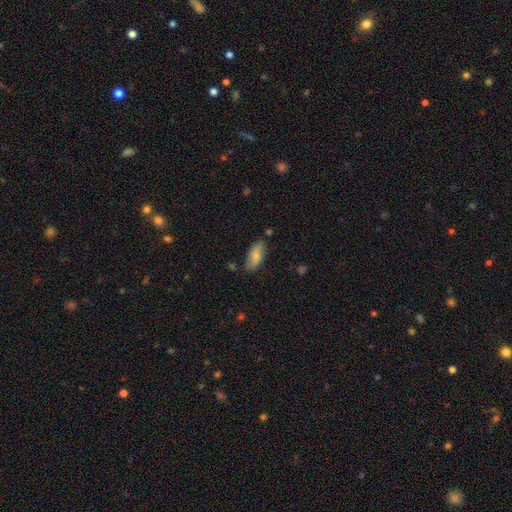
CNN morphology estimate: This appears to be a smooth galaxy with no disk features (74%) that is in between round and cigar-shaped (86%). Merging: none (74%).